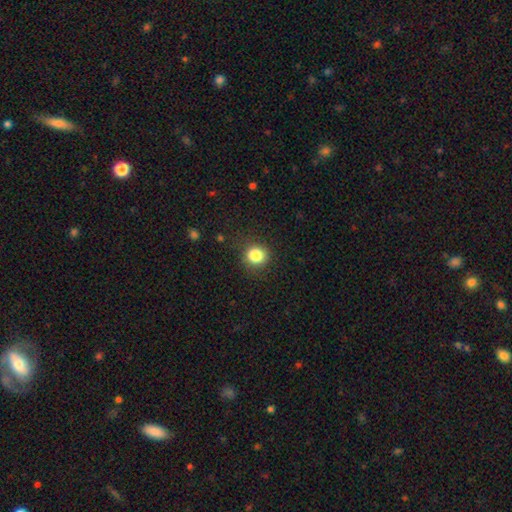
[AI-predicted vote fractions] This appears to be a smooth galaxy with no disk features (84%) that is round (84%). Merging: none (84%).